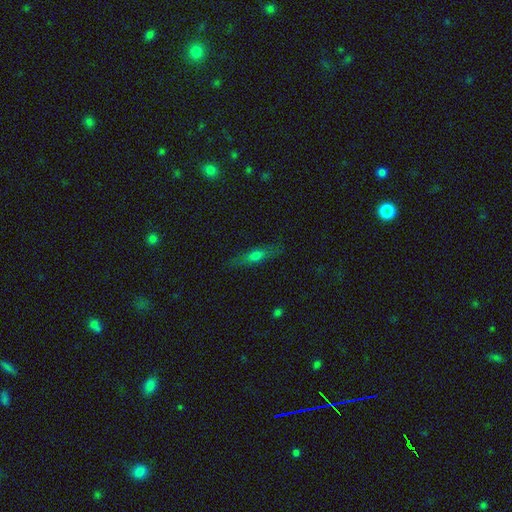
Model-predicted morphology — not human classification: type=smooth (53%); roundness=cigar-shaped (66%); merging=none (82%).